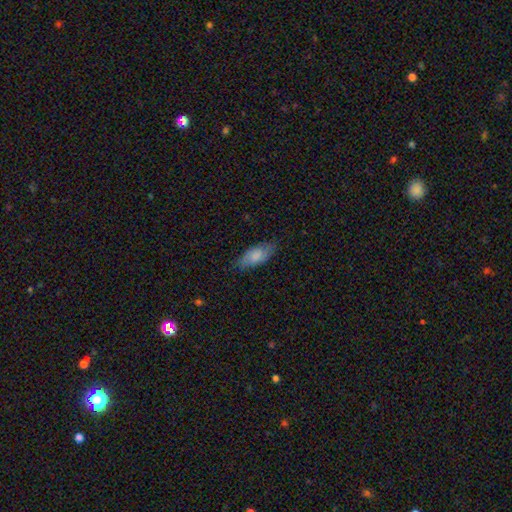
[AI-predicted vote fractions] Smooth or featured: smooth — 74% (featured or disk — 19%)
How rounded: in between — 85% (cigar-shaped — 13%)
Merging: none — 75% (minor disturbance — 20%)